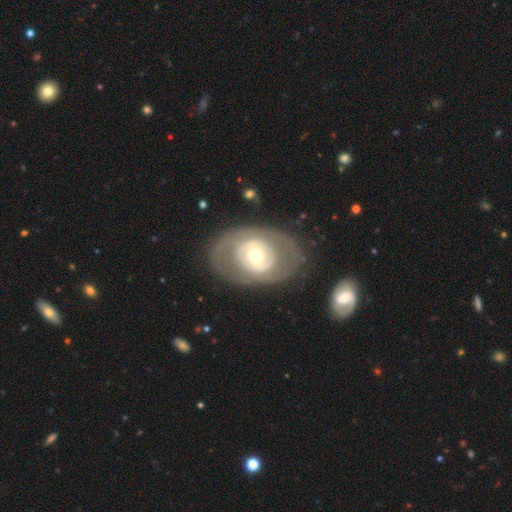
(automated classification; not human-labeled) Smooth or featured? featured or disk (66%)
Edge-on disk? no (93%)
Bar? no (70%)
Spiral arms? no (71%)
Bulge size? moderate (60%)
Merging? none (76%)